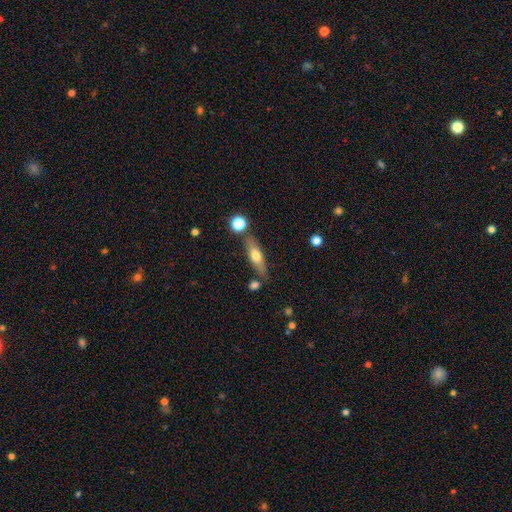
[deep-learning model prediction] A smooth galaxy with no disk features (55%) that is cigar-shaped (57%).

Vote fractions:
- Smooth or featured? smooth: 55% / featured or disk: 39% / star or artifact: 7%
- How rounded? cigar-shaped: 57% / in between: 39% / round: 4%
- Merging? none: 74% / minor disturbance: 14% / merger: 9% / major disturbance: 4%